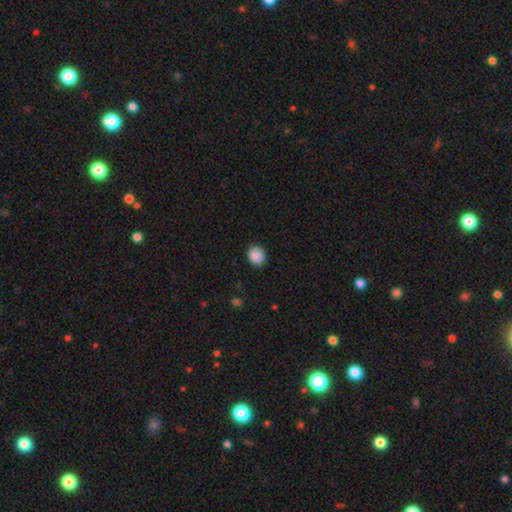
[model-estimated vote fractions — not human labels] This appears to be a smooth galaxy with no disk features (89%) that is round (71%). Merging: none (87%).